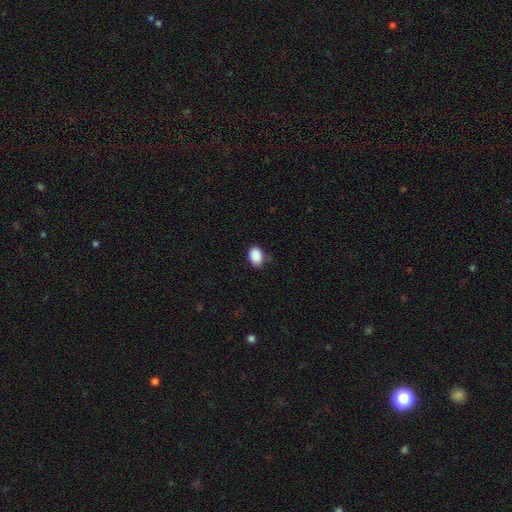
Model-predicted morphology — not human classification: Smooth or featured? smooth (89%)
How rounded? in between (75%)
Merging? none (75%)